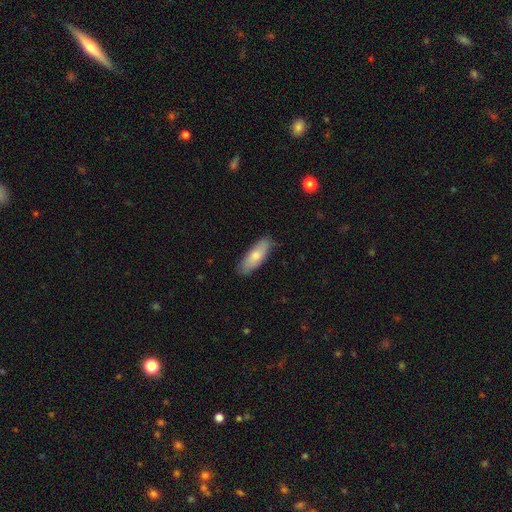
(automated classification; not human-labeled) A smooth galaxy with no disk features (76%) that is in between round and cigar-shaped (66%). Merging: none (79%).